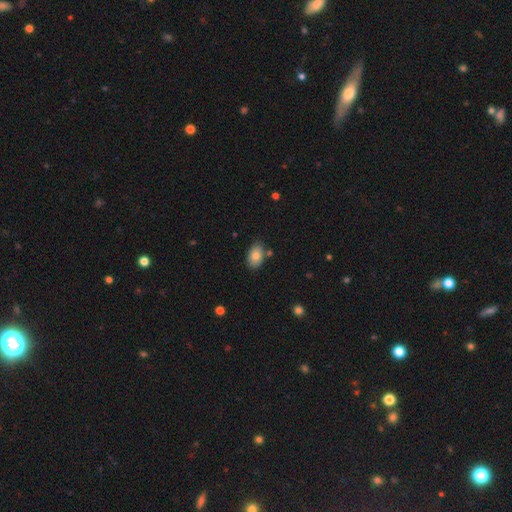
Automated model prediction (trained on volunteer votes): Smooth or featured: smooth — 80% (featured or disk — 13%)
How rounded: in between — 88% (round — 11%)
Merging: none — 80% (minor disturbance — 13%)